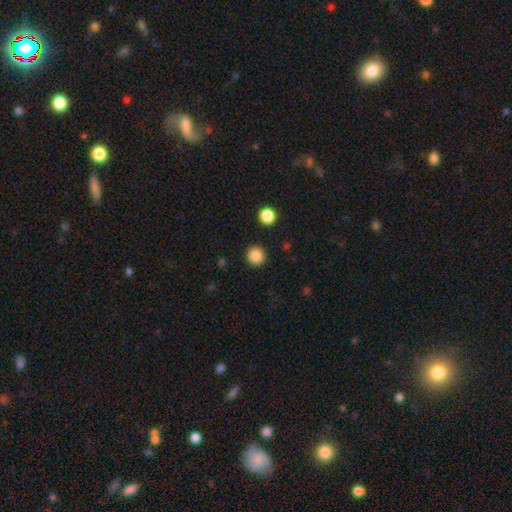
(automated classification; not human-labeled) smooth_or_featured: smooth (p=0.86) [alt: star or artifact p=0.11]
how_rounded: round (p=0.94) [alt: in between p=0.05]
merging: none (p=0.91) [alt: minor disturbance p=0.05]